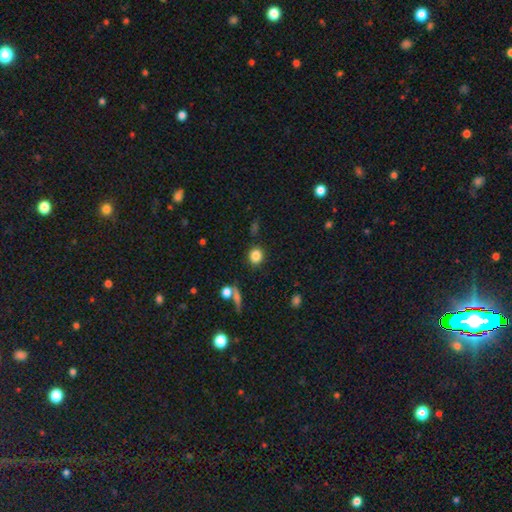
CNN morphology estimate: The model was most divided on "how rounded": round: 80%, in between: 19%, cigar-shaped: 2%. More confident: merging — none (86%); smooth or featured — smooth (84%).